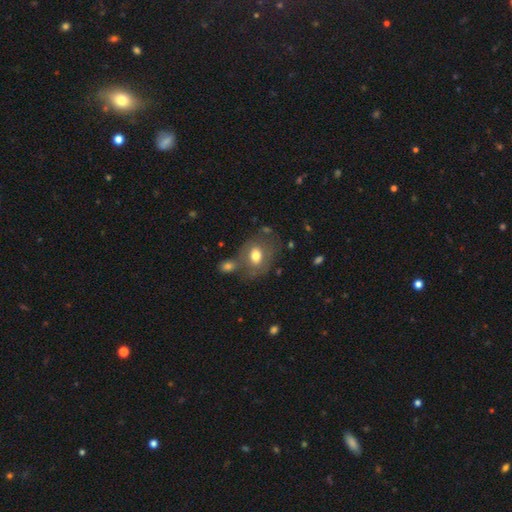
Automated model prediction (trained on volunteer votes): A smooth galaxy with no disk features (66%) that is in between round and cigar-shaped (66%).

Vote fractions:
- Smooth or featured? smooth: 66% / featured or disk: 25% / star or artifact: 8%
- How rounded? in between: 66% / round: 33% / cigar-shaped: 1%
- Merging? none: 53% / merger: 19% / minor disturbance: 19% / major disturbance: 9%